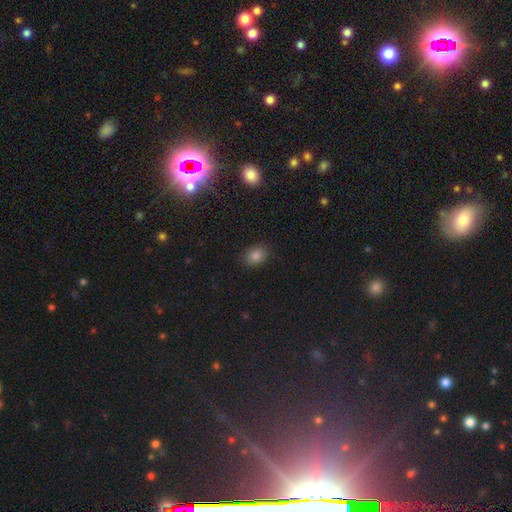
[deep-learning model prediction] Q: Smooth or featured?
A: smooth (82%); runner-up: star or artifact (12%)
Q: How rounded?
A: in between (66%); runner-up: round (33%)
Q: Merging?
A: none (86%); runner-up: minor disturbance (10%)